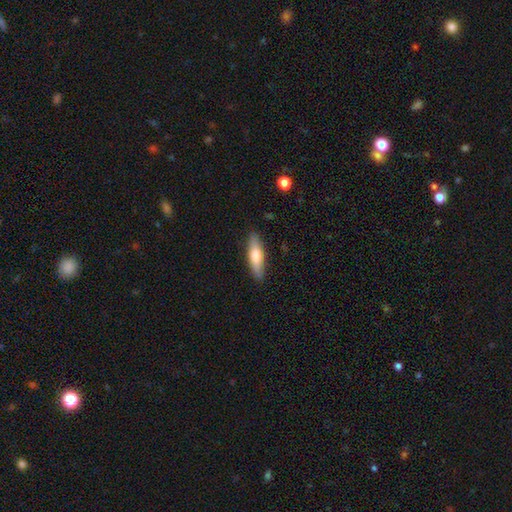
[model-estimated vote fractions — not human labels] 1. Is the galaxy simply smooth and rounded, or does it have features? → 67% smooth, 28% featured or disk, 5% star or artifact.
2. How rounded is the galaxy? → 63% cigar-shaped, 35% in between, 2% round.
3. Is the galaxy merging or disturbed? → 87% none, 10% minor disturbance, 2% major disturbance, 1% merger.